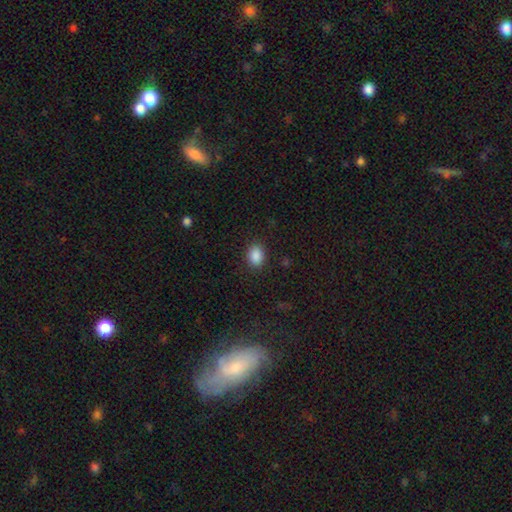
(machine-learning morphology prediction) Smooth or featured? Predicted: smooth (p=0.88). How rounded? Predicted: in between (p=0.76). Merging? Predicted: none (p=0.87).